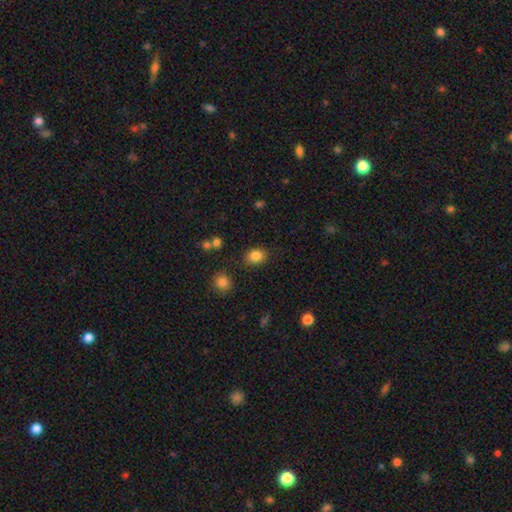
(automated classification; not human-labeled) A smooth galaxy with no disk features (83%) that is in between round and cigar-shaped (60%). Merging: none (83%).